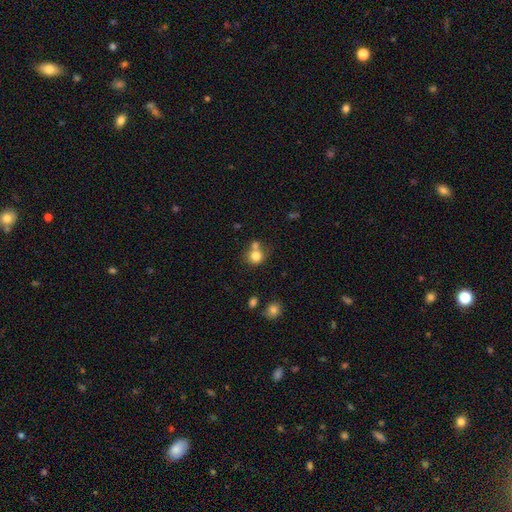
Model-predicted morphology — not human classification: smooth 78%, star or artifact 12%, featured or disk 10%. Down the decision tree: how rounded — round (82%); merging — none (47%).